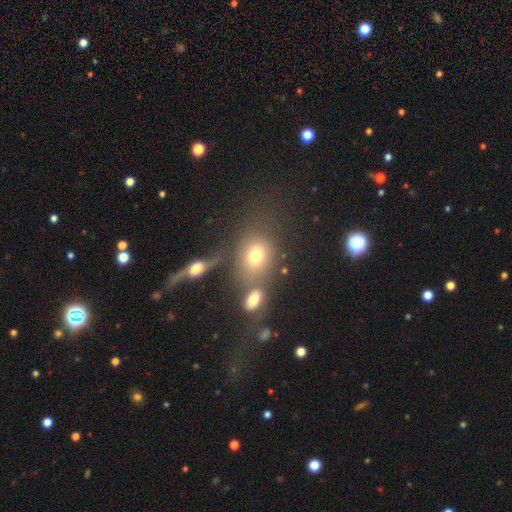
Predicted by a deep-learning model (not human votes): smooth-or-featured: smooth: 70% | featured or disk: 17% | star or artifact: 13%
  how-rounded: in between: 50% | round: 48% | cigar-shaped: 2%
  merging: none: 56% | merger: 23% | minor disturbance: 13% | major disturbance: 8%